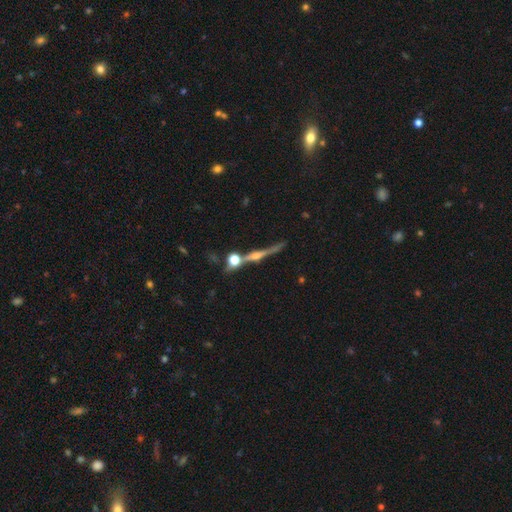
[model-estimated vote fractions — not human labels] Overall: featured or disk (70%). Edge-on disk: yes (94%). Edge-on bulge: rounded (83%). Merging: none (67%).